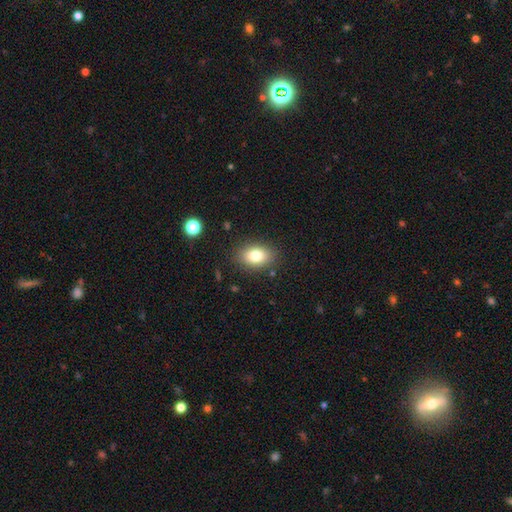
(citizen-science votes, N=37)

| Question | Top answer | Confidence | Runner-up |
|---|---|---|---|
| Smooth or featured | smooth | 78% | featured or disk (19%) |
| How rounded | in between | 79% | round (21%) |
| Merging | none | 92% | minor disturbance (8%) |